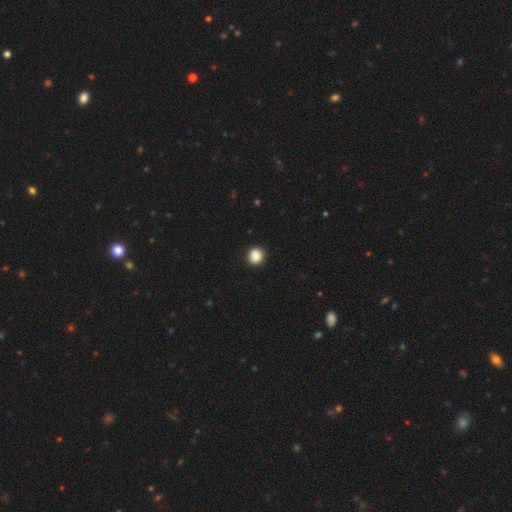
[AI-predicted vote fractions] Overall: smooth (88%). How rounded: round (86%). Merging: none (91%).